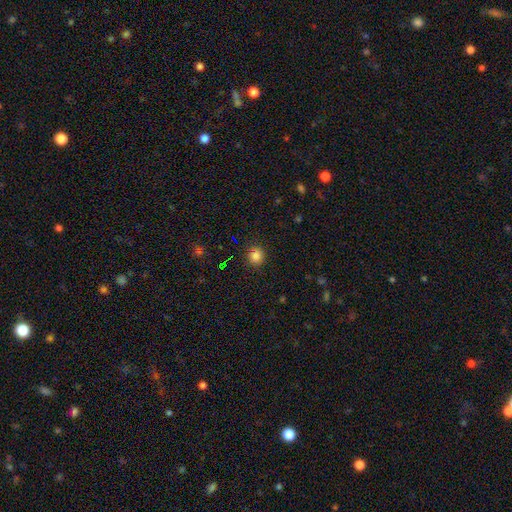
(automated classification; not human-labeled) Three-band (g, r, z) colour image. It shows a smooth galaxy with no disk features (82%) that is round (89%). Merging: none (90%).